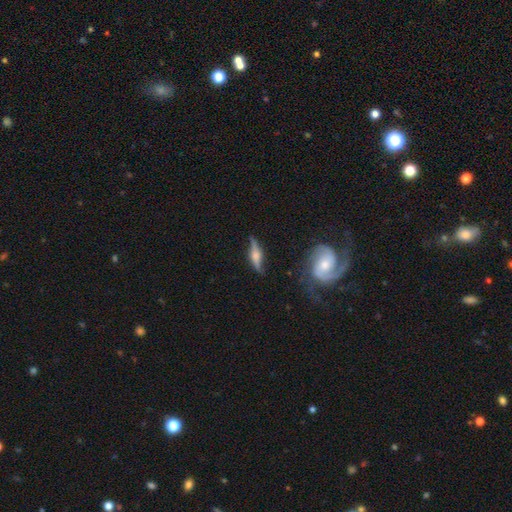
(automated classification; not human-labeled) smooth-or-featured: featured or disk: 73% | smooth: 21% | star or artifact: 6%
  disk-edge-on: yes: 83% | no: 17%
    edge-on-bulge: rounded: 82% | boxy: 14% | none: 4%
  merging: none: 74% | minor disturbance: 18% | major disturbance: 6% | merger: 2%